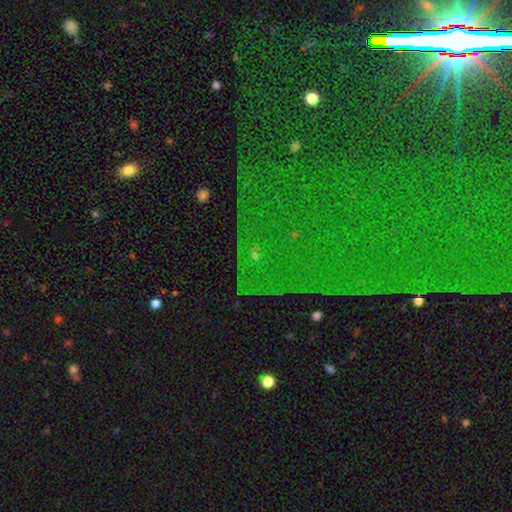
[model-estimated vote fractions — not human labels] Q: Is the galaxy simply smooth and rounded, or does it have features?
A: star or artifact — 82%.